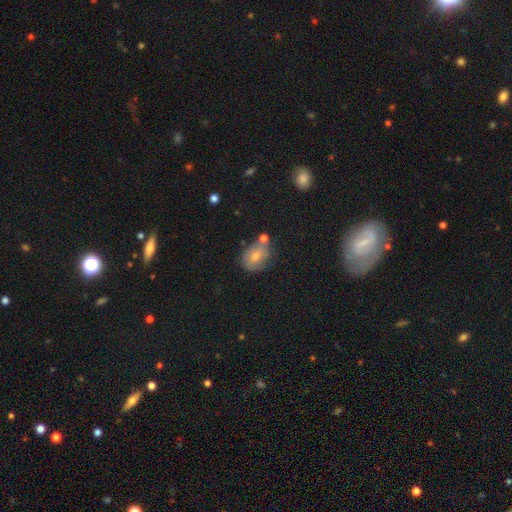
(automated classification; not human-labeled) This is likely a smooth galaxy (68%). How rounded: likely in between (66%). Merging: possibly none (53%).